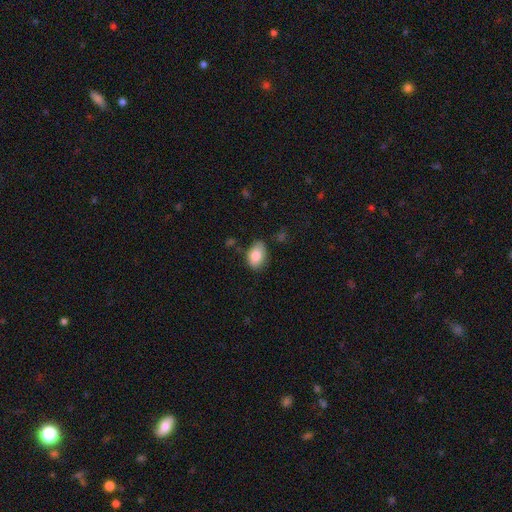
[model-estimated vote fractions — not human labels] This appears to be a smooth galaxy with no disk features (84%) that is in between round and cigar-shaped (84%). Merging: none (73%).